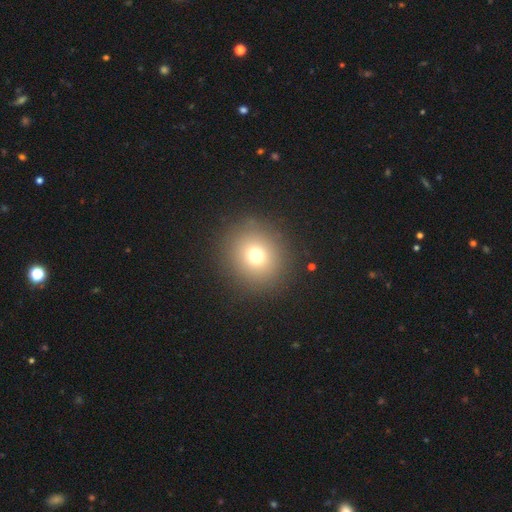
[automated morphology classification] This appears to be a smooth galaxy with no disk features (73%) that is round (86%). Merging: none (89%).